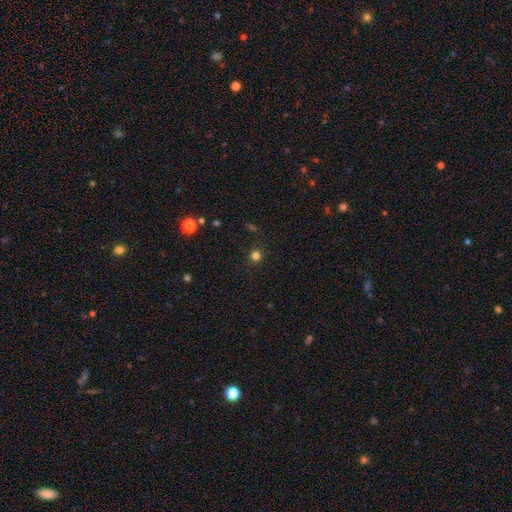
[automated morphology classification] Overall: smooth (78%). How rounded: round (93%). Merging: none (90%).